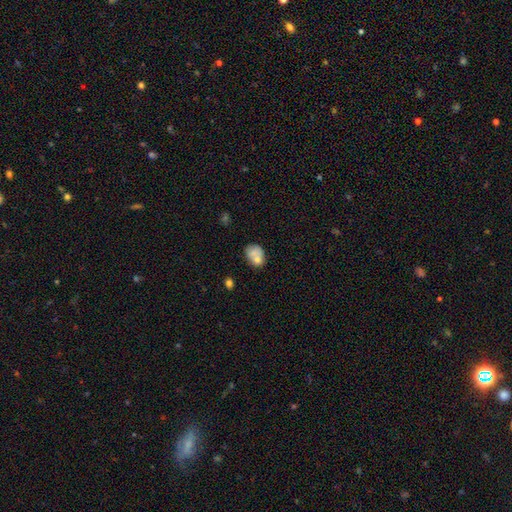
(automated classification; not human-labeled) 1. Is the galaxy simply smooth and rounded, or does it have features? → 70% smooth, 21% featured or disk, 9% star or artifact.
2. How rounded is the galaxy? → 52% in between, 47% round, 1% cigar-shaped.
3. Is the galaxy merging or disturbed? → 39% none, 38% merger, 17% minor disturbance, 7% major disturbance.